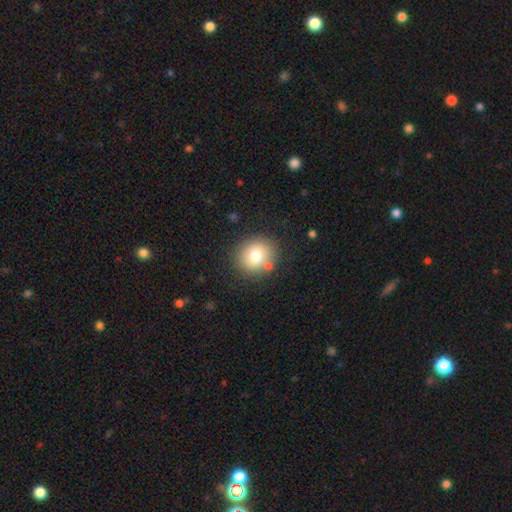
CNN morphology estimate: smooth_or_featured: smooth (p=0.77) [alt: featured or disk p=0.13]
how_rounded: round (p=0.77) [alt: in between p=0.22]
merging: none (p=0.79) [alt: minor disturbance p=0.11]